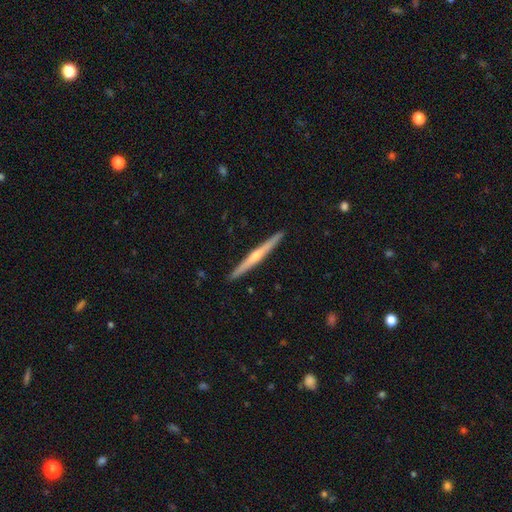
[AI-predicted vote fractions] featured or disk 70%, smooth 25%, star or artifact 5%. Down the decision tree: edge-on disk — yes (98%); edge-on bulge — rounded (79%); merging — none (93%).